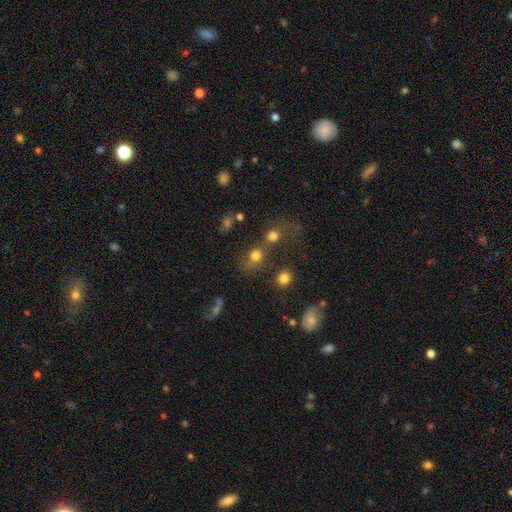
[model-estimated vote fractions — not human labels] Morphology: type=smooth (74%); roundness=round (77%); merging=none (44%).